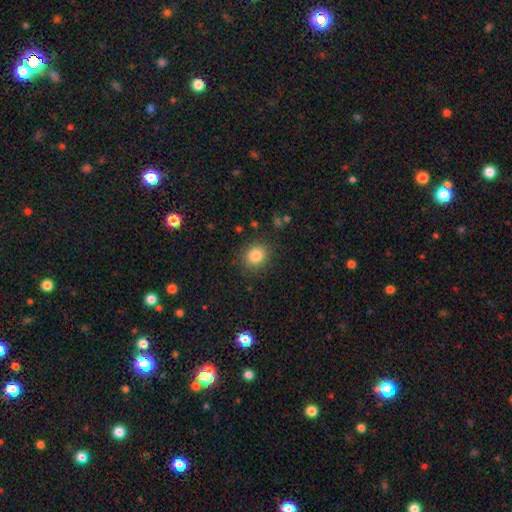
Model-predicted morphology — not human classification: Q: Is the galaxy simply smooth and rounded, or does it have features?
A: smooth — 84%.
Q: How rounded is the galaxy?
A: round — 75%.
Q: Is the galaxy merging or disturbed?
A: none — 86%.